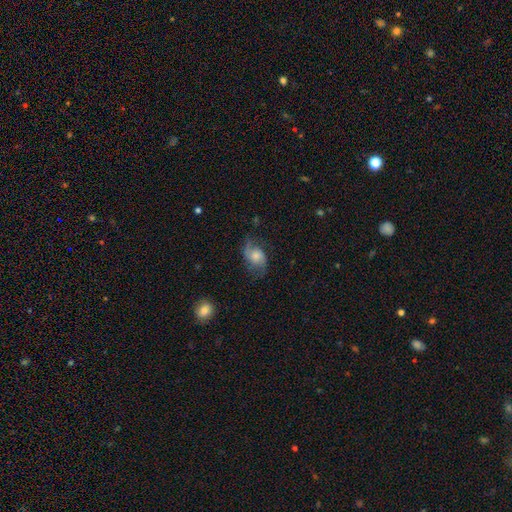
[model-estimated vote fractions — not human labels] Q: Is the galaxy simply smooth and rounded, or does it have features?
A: featured or disk — 62%.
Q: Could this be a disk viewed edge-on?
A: no — 96%.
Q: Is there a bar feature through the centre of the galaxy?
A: no — 66%.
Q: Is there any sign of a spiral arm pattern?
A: yes — 91%.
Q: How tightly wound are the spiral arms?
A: loose — 51%.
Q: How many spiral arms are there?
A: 2 — 83%.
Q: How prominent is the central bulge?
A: moderate — 43%.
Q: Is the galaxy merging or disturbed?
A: none — 61%.